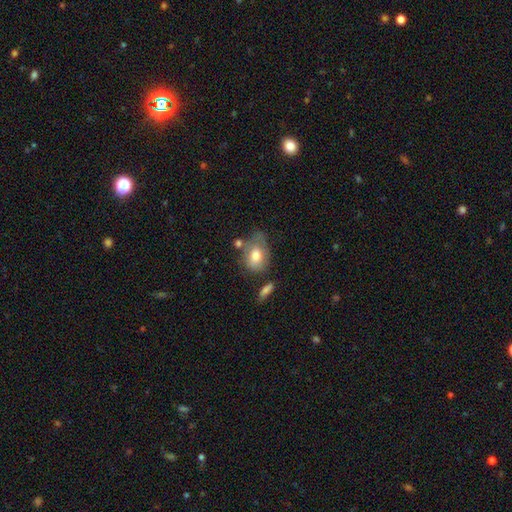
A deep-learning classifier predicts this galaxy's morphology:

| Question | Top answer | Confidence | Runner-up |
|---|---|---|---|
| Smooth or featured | smooth | 71% | featured or disk (22%) |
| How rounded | in between | 72% | round (27%) |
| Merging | none | 43% | minor disturbance (30%) |